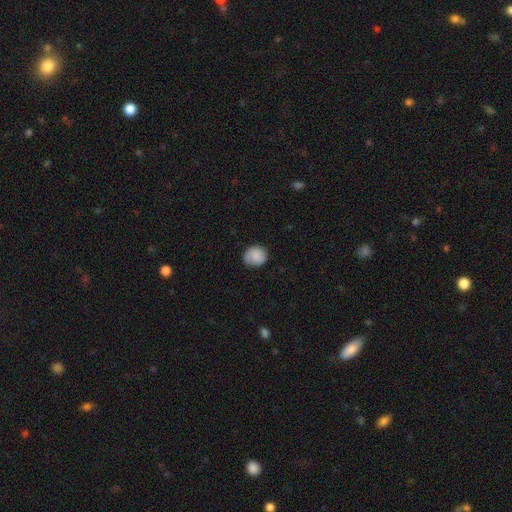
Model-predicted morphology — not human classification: smooth-or-featured: smooth: 81% | featured or disk: 12% | star or artifact: 7%
  how-rounded: round: 80% | in between: 19% | cigar-shaped: 1%
  merging: none: 74% | minor disturbance: 20% | major disturbance: 5% | merger: 1%